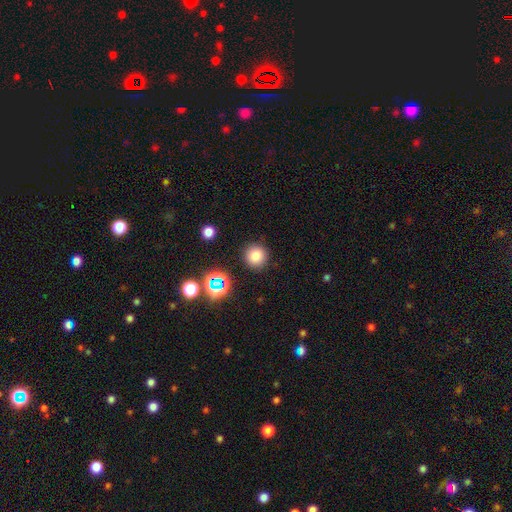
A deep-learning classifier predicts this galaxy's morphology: smooth_or_featured: smooth (p=0.78) [alt: star or artifact p=0.16]
how_rounded: round (p=0.92) [alt: in between p=0.07]
merging: none (p=0.88) [alt: minor disturbance p=0.07]